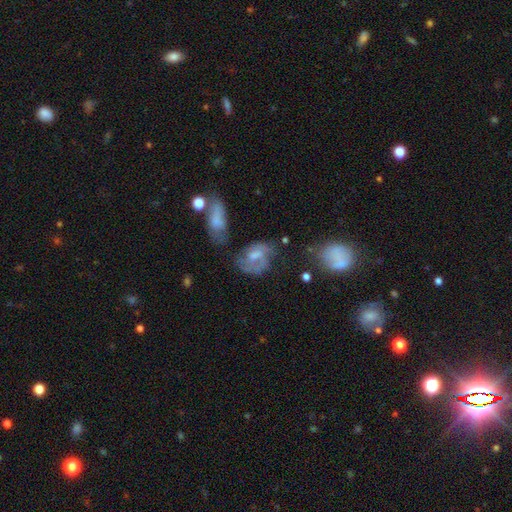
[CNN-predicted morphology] The model was most divided on "bulge size": moderate: 37%, none: 28%, small: 26%, large: 8%, dominant: 2%. Remaining: edge-on disk — no (96%); spiral arms — yes (68%); smooth or featured — featured or disk (57%); bar — no (52%); merging — none (40%).